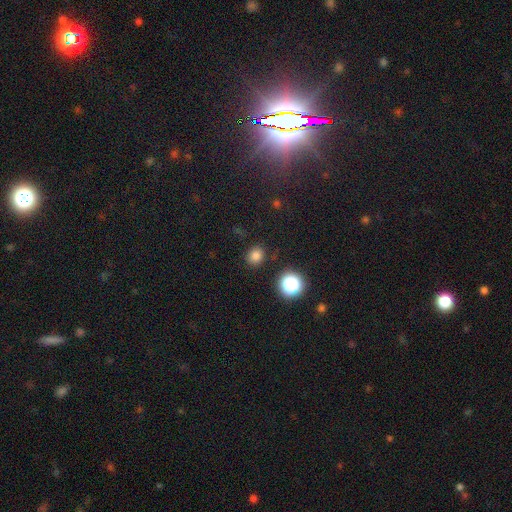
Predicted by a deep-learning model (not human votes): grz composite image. It shows a smooth galaxy with no disk features (78%) that is round (74%). Merging: none (86%).